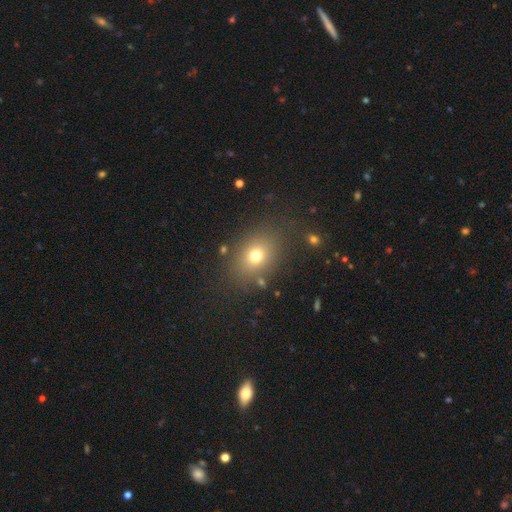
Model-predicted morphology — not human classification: Overall: smooth (73%). How rounded: in between (55%; round 44%). Merging: none (80%).